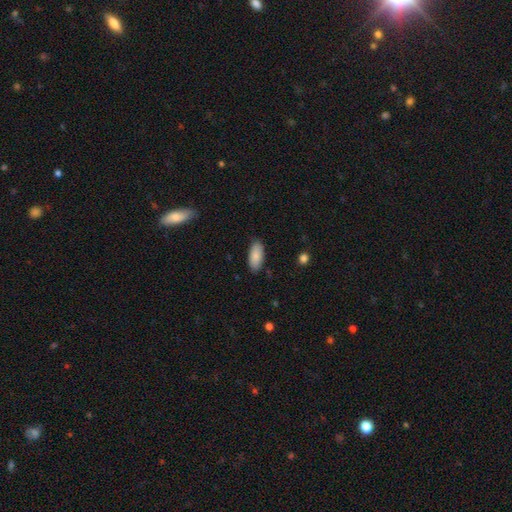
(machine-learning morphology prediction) The model was most divided on "merging": none: 86%, minor disturbance: 11%, major disturbance: 2%, merger: 1%. More confident: how rounded — in between (88%); smooth or featured — smooth (88%).